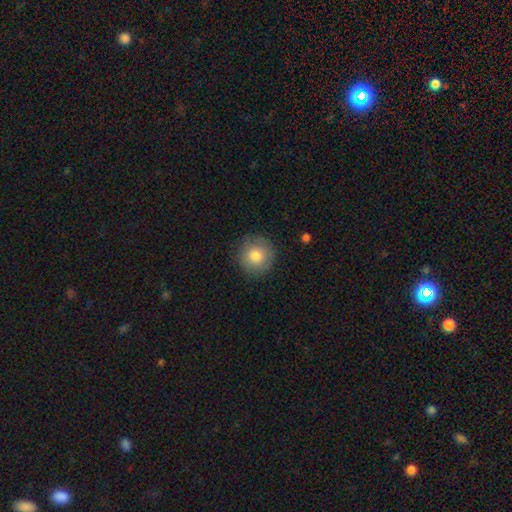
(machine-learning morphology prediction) A smooth galaxy with no disk features (82%) that is round (94%).

Vote fractions:
- Smooth or featured? smooth: 82% / featured or disk: 10% / star or artifact: 8%
- How rounded? round: 94% / in between: 5% / cigar-shaped: 1%
- Merging? none: 87% / minor disturbance: 9% / major disturbance: 3% / merger: 1%